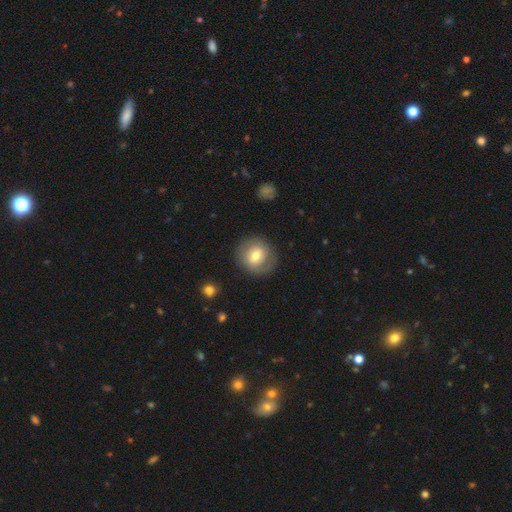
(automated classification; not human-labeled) Smooth or featured?
  - smooth: 54% *
  - featured or disk: 39%
  - star or artifact: 7%
How rounded?
  - round: 87% *
  - in between: 12%
  - cigar-shaped: 1%
Merging?
  - none: 83% *
  - minor disturbance: 10%
  - major disturbance: 5%
  - merger: 1%